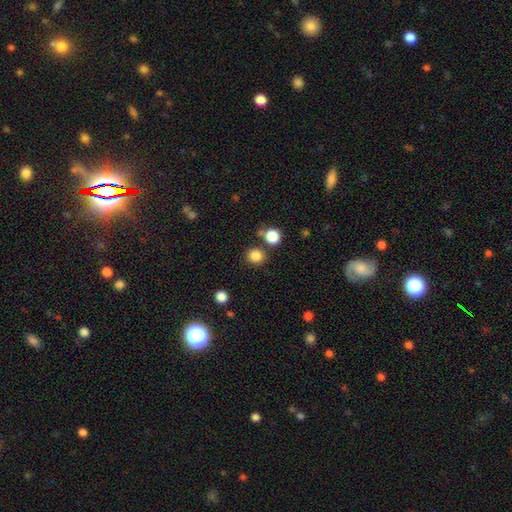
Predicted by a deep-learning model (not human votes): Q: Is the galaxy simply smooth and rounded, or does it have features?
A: smooth — 85%.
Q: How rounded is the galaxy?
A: round — 89%.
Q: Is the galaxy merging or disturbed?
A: none — 80%.